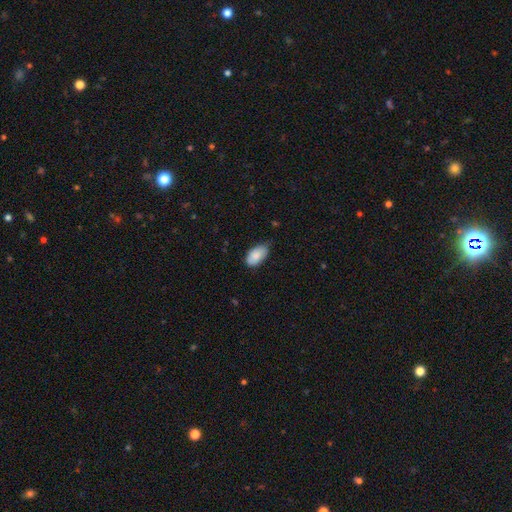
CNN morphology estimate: smooth 84%, featured or disk 9%, star or artifact 6%. Down the decision tree: how rounded — in between (94%); merging — none (60%).